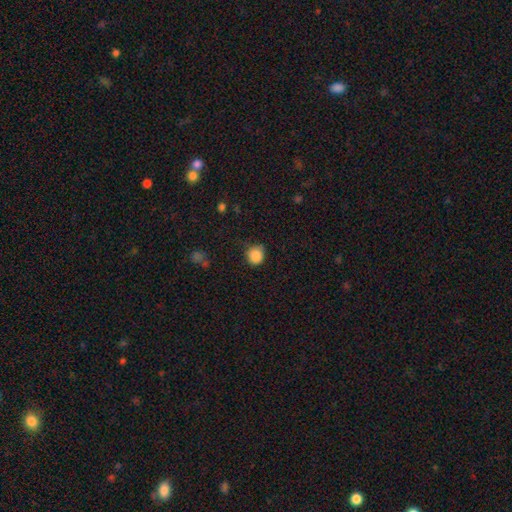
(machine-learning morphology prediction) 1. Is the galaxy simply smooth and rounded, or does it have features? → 86% smooth, 10% star or artifact, 4% featured or disk.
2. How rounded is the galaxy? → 80% round, 20% in between, 1% cigar-shaped.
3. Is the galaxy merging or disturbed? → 65% none, 27% minor disturbance, 6% major disturbance, 2% merger.